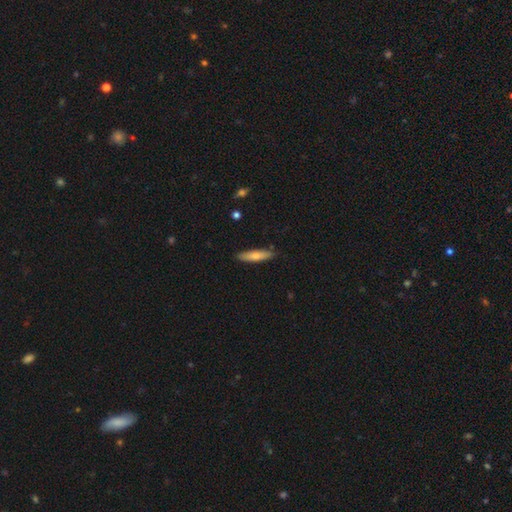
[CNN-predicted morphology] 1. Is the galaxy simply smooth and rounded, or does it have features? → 70% smooth, 24% featured or disk, 6% star or artifact.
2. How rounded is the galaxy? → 77% cigar-shaped, 22% in between, 2% round.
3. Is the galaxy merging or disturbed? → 87% none, 10% minor disturbance, 2% major disturbance, 1% merger.